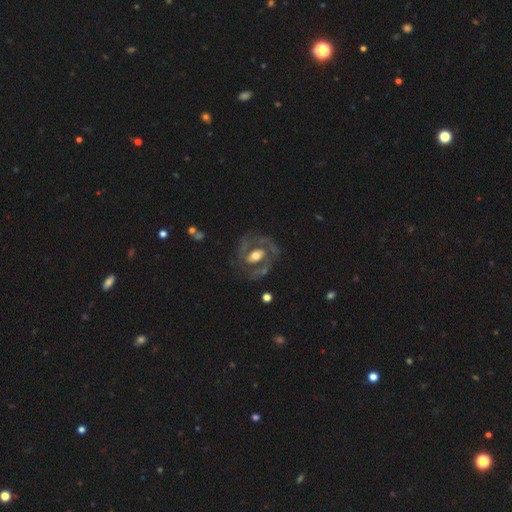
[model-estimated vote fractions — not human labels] Q: Smooth or featured?
A: featured or disk (74%); runner-up: smooth (20%)
Q: Edge-on disk?
A: no (95%); runner-up: yes (5%)
Q: Bar?
A: no (47%); runner-up: weak (32%)
Q: Spiral arms?
A: yes (62%); runner-up: no (38%)
Q: Bulge size?
A: moderate (61%); runner-up: large (23%)
Q: Merging?
A: none (65%); runner-up: minor disturbance (18%)